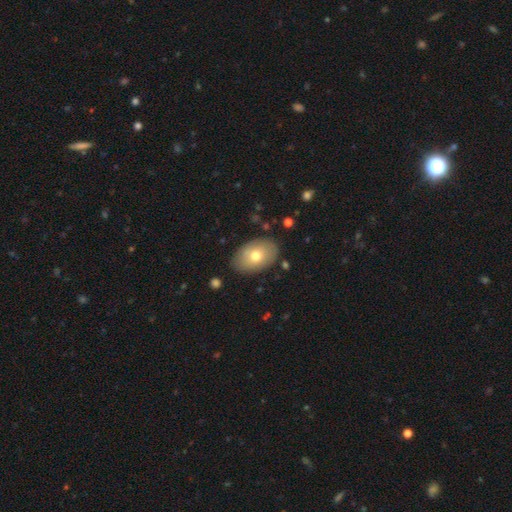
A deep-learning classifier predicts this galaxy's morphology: This is likely a smooth galaxy (70%). How rounded: clearly in between (87%). Merging: clearly none (83%).